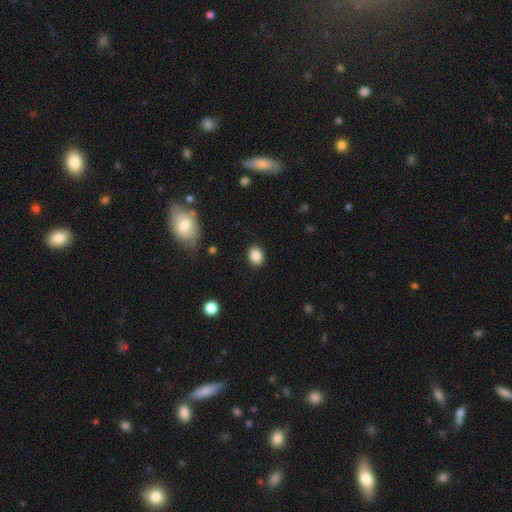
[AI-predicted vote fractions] A smooth galaxy with no disk features (87%) that is in between round and cigar-shaped (65%). Merging: none (85%).